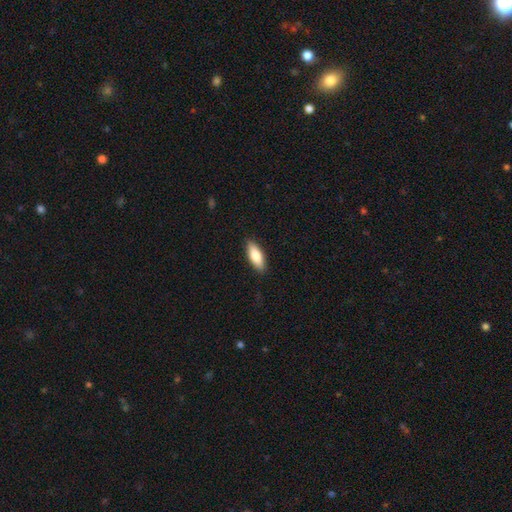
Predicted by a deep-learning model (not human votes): Smooth or featured? Predicted: smooth (p=0.78). How rounded? Predicted: in between (p=0.70). Merging? Predicted: none (p=0.89).